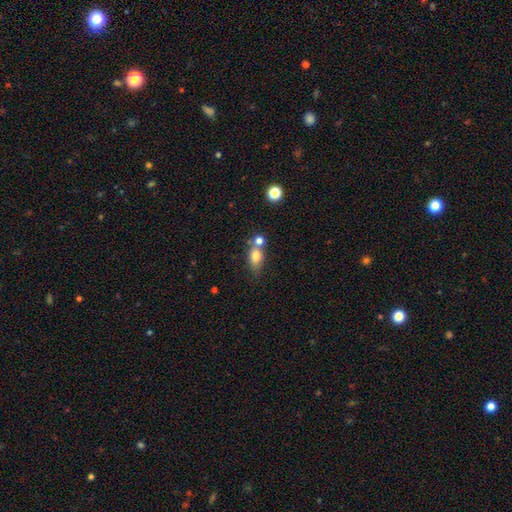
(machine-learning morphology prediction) smooth 76%, featured or disk 13%, star or artifact 10%. Down the decision tree: how rounded — in between (63%); merging — none (45%).